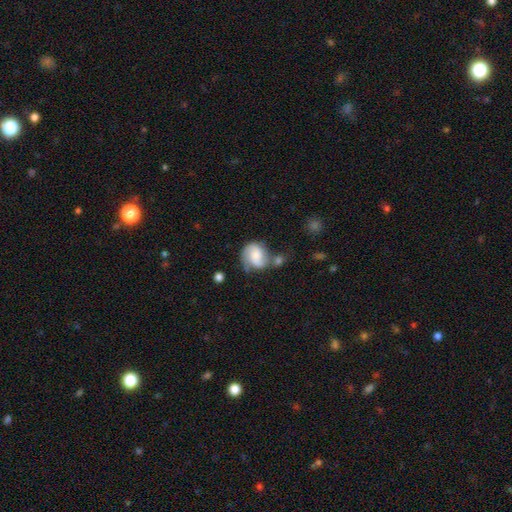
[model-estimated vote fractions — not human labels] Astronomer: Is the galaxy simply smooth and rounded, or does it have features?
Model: featured or disk — 56% (runner-up: smooth, 37%).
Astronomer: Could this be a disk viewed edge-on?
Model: no — 98%.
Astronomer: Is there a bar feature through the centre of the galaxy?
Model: no — 57% (runner-up: weak, 34%).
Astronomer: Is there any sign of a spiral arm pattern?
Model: yes — 88%.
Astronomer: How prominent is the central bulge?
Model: moderate — 35% (runner-up: small, 30%).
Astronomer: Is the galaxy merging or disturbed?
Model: none — 40% (runner-up: minor disturbance, 25%).